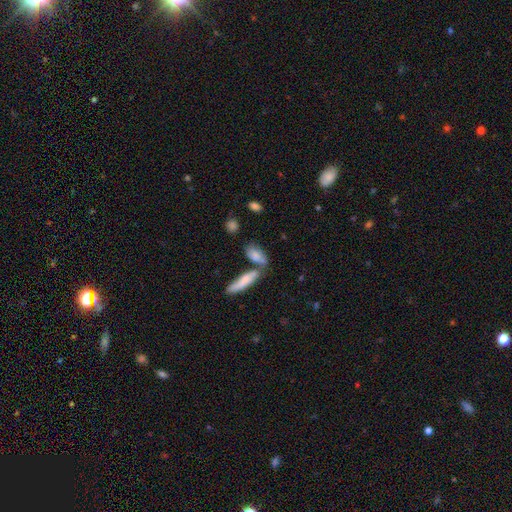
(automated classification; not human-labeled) smooth_or_featured: smooth (p=0.76) [alt: featured or disk p=0.16]
how_rounded: in between (p=0.71) [alt: cigar-shaped p=0.25]
merging: none (p=0.44) [alt: merger p=0.36]